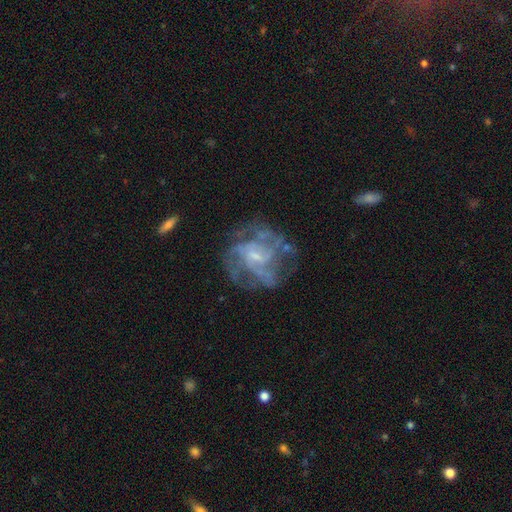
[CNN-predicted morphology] This appears to be a featured or disk galaxy (82%) with a weak bar (49%), medium (45%) spiral arms (83%) and a small central bulge (53%). Merging: none (58%).